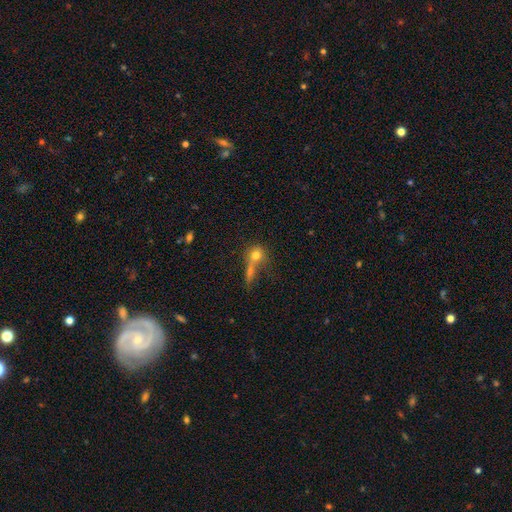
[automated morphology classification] This is likely a smooth galaxy (73%). How rounded: likely round (68%). Merging: marginally merger (41%).